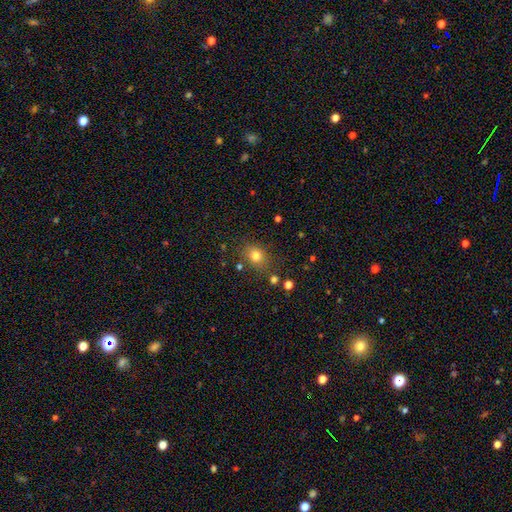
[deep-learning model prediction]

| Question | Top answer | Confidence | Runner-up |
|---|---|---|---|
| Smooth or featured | smooth | 78% | star or artifact (13%) |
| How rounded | round | 52% | in between (47%) |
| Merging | none | 77% | minor disturbance (14%) |